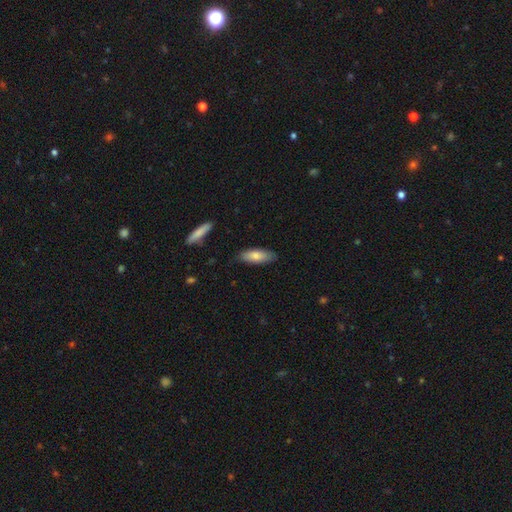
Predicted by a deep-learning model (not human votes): The model was most divided on "how rounded": in between: 66%, cigar-shaped: 32%, round: 2%. More confident: merging — none (81%); smooth or featured — smooth (76%).